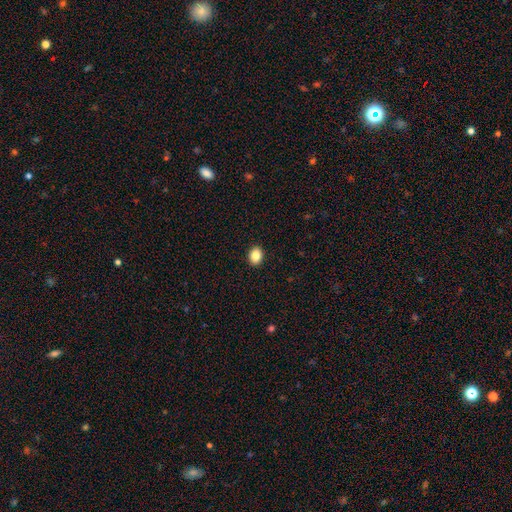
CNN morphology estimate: This is clearly a smooth galaxy (85%). How rounded: possibly in between (59%). Merging: clearly none (92%).